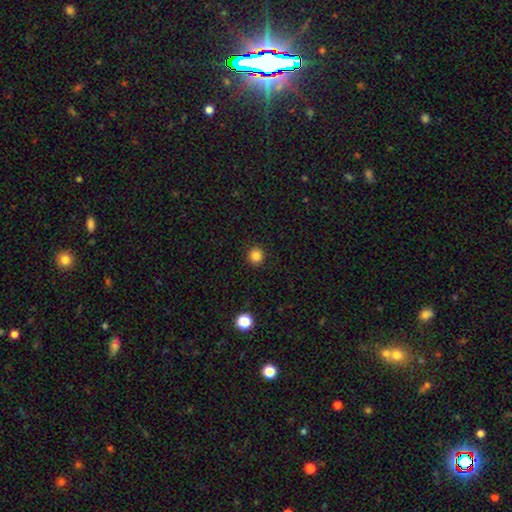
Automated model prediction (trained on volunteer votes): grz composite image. It shows a smooth galaxy with no disk features (85%) that is round (89%). Merging: none (92%).